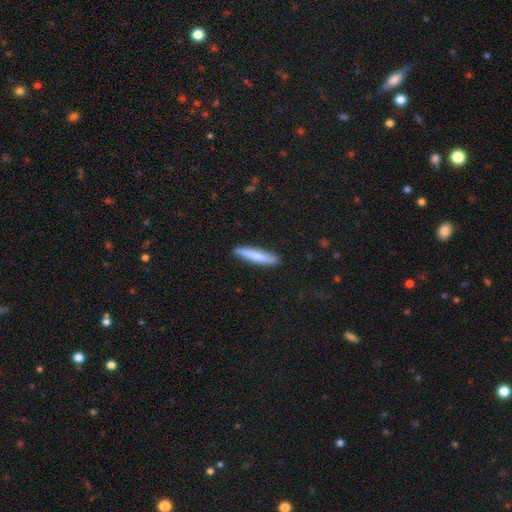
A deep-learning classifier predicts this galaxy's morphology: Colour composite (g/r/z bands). It shows a smooth galaxy with no disk features (78%) that is cigar-shaped (90%). Merging: none (90%).